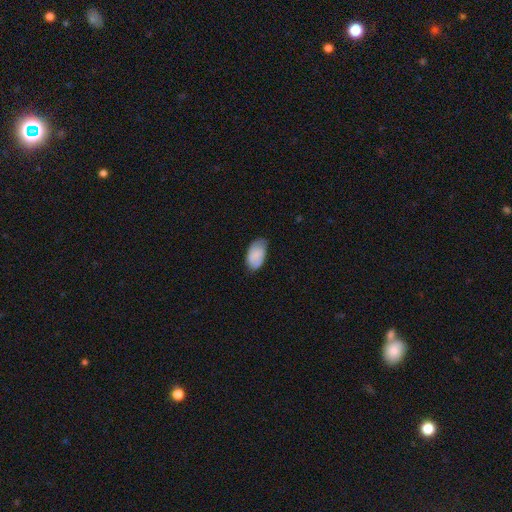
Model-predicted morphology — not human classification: Overall: smooth (78%). How rounded: in between (94%). Merging: none (64%; minor disturbance 29%).